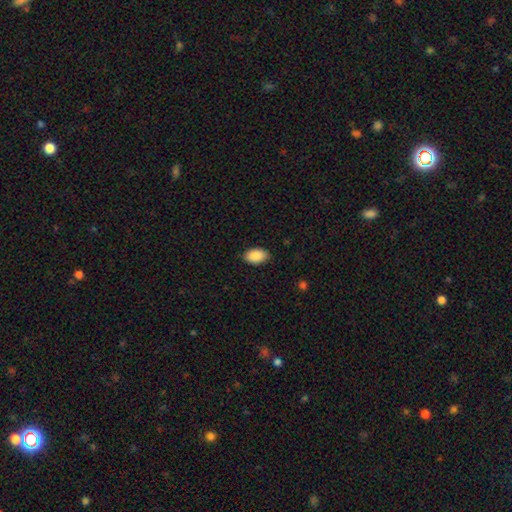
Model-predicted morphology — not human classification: smooth 90%, star or artifact 6%, featured or disk 3%. Down the decision tree: how rounded — in between (94%); merging — none (87%).